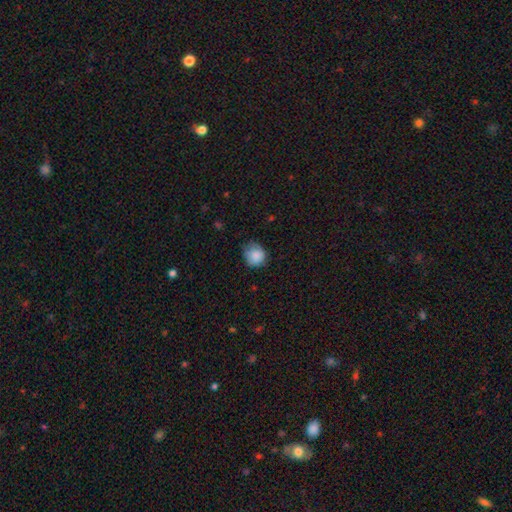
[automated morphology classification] The model was most divided on "merging": none: 58%, minor disturbance: 33%, major disturbance: 8%, merger: 1%. More confident: smooth or featured — smooth (86%); how rounded — round (81%).